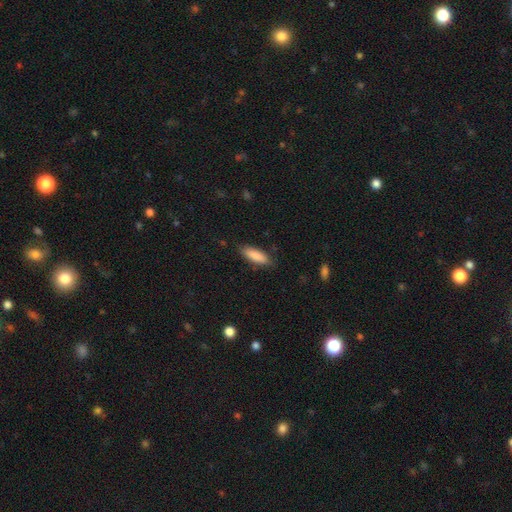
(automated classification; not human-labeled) Overall: smooth (87%). How rounded: in between (56%; cigar-shaped 42%). Merging: none (85%).